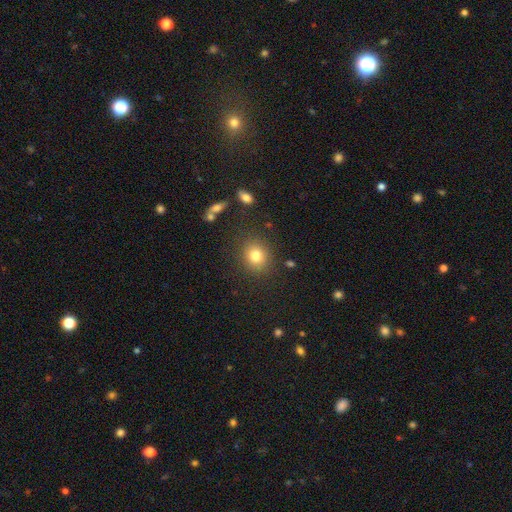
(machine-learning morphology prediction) This appears to be a smooth galaxy with no disk features (80%) that is round (77%). Merging: none (86%).